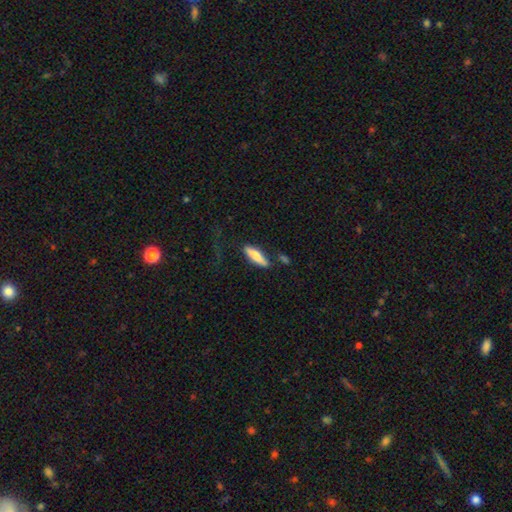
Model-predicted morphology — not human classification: Q: Smooth or featured?
A: smooth (72%); runner-up: featured or disk (22%)
Q: How rounded?
A: cigar-shaped (66%); runner-up: in between (32%)
Q: Merging?
A: none (64%); runner-up: minor disturbance (20%)